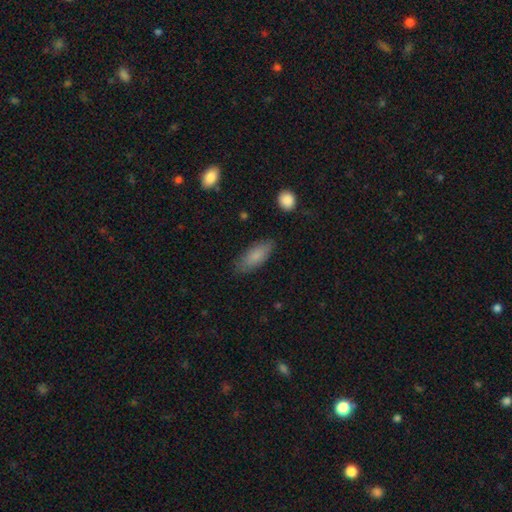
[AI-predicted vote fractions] This appears to be a smooth galaxy with no disk features (82%) that is in between round and cigar-shaped (76%). Merging: none (79%).